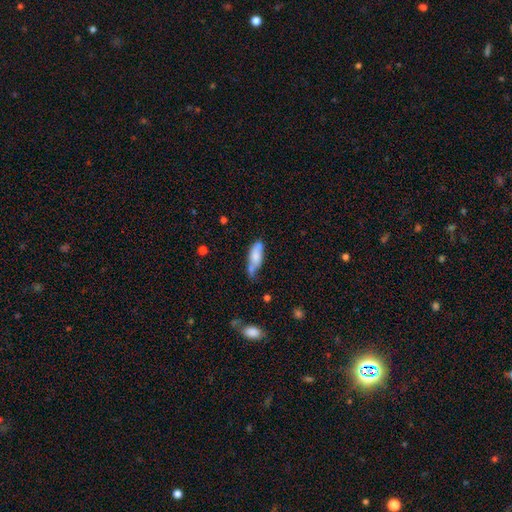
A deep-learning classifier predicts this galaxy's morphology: This appears to be a smooth galaxy with no disk features (72%) that is in between round and cigar-shaped (65%). Merging: none (42%).